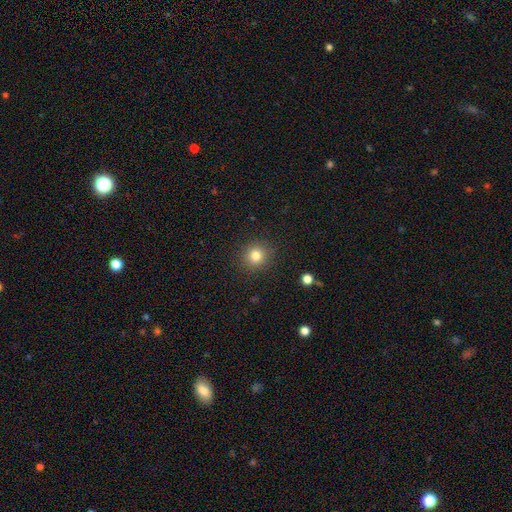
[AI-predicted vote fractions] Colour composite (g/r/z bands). It shows a smooth galaxy with no disk features (80%) that is round (92%). Merging: none (90%).